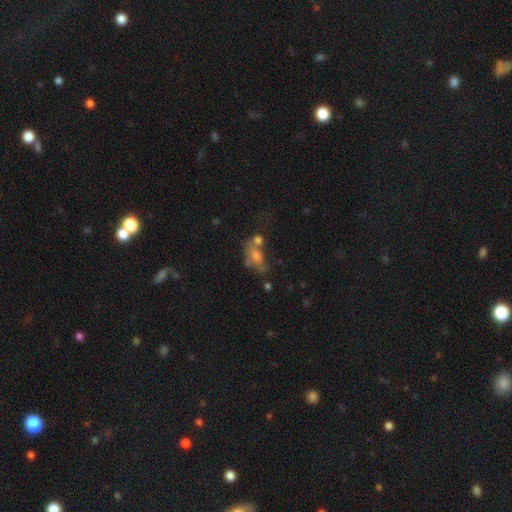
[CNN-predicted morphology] Smooth or featured? Predicted: smooth (p=0.48). Merging? Predicted: merger (p=0.32, tied with none).